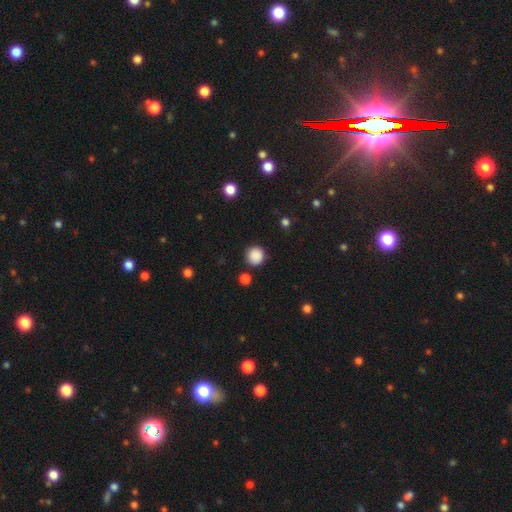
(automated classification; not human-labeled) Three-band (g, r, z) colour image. It shows a smooth galaxy with no disk features (87%) that is round (93%). Merging: none (87%).